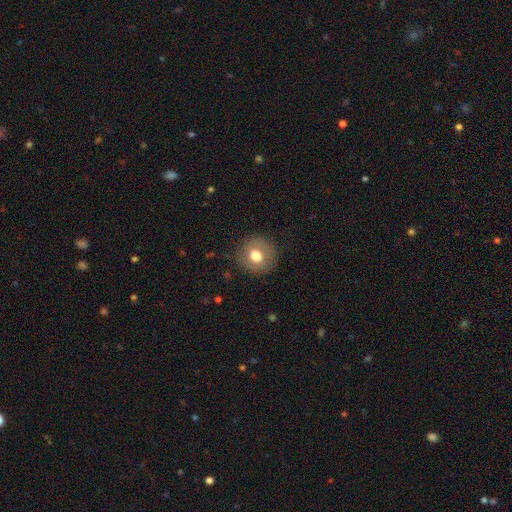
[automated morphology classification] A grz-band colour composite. It shows a smooth galaxy with no disk features (73%) that is round (88%). Merging: none (86%).